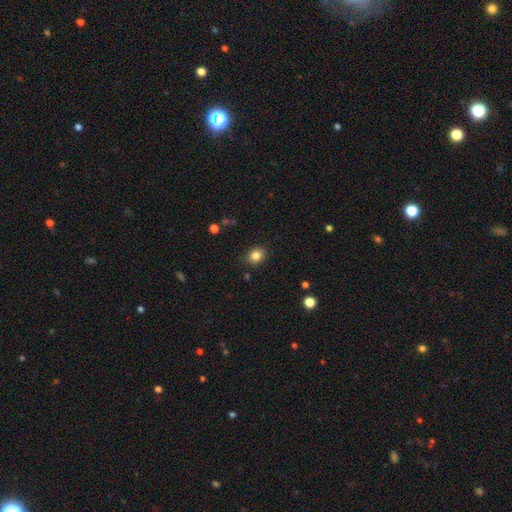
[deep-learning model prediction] smooth_or_featured: smooth (p=0.83) [alt: star or artifact p=0.11]
how_rounded: round (p=0.64) [alt: in between p=0.36]
merging: none (p=0.86) [alt: minor disturbance p=0.10]